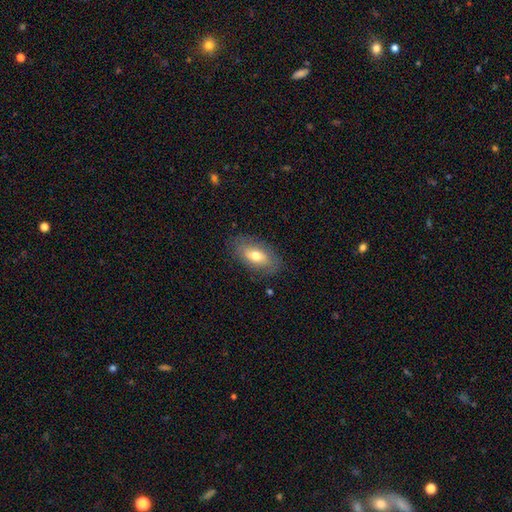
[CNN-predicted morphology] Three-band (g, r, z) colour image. It shows a smooth galaxy with no disk features (64%) that is in between round and cigar-shaped (90%). Merging: none (80%).